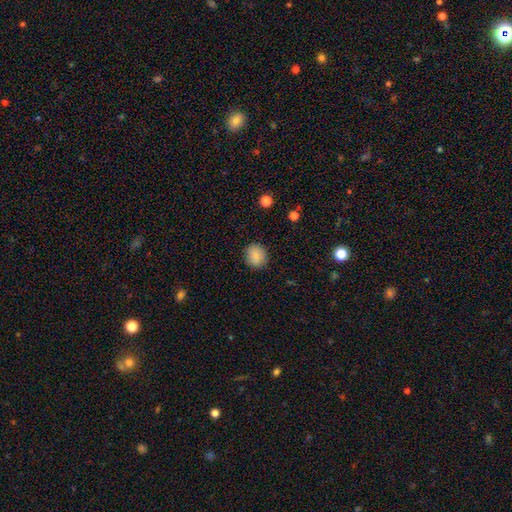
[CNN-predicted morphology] smooth-or-featured: smooth: 87% | star or artifact: 8% | featured or disk: 5%
  how-rounded: round: 80% | in between: 19% | cigar-shaped: 1%
  merging: none: 89% | minor disturbance: 8% | major disturbance: 2% | merger: 1%